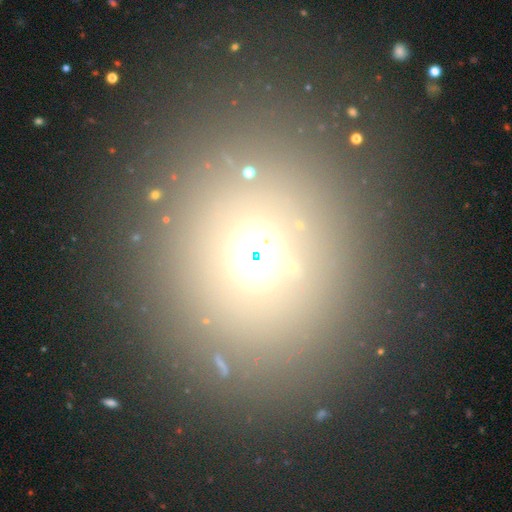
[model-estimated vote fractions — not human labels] Smooth or featured? smooth (57%)
How rounded? round (76%)
Merging? none (84%)